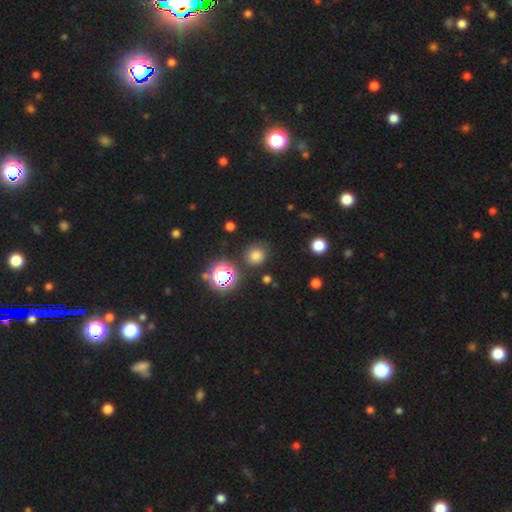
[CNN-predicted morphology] type=smooth (71%); roundness=round (90%); merging=none (80%).